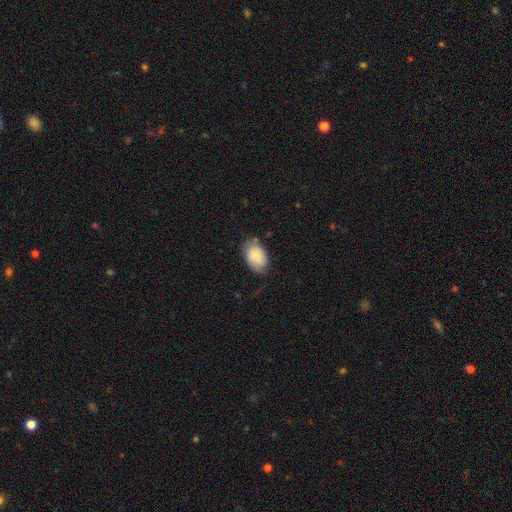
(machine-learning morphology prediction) type=smooth (72%); roundness=in between (88%); merging=none (59%).